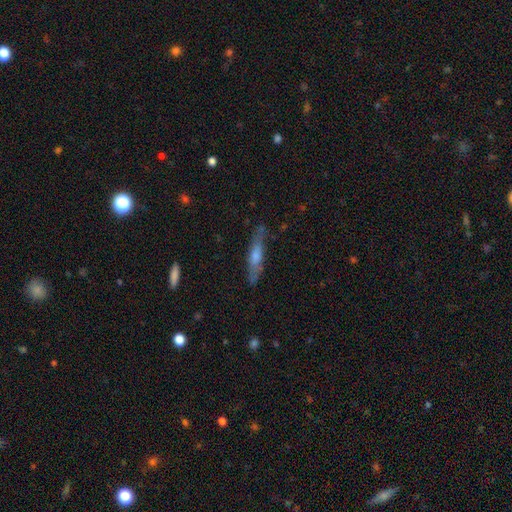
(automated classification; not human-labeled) A featured or disk galaxy (53%) viewed edge-on (82%). Merging: none (79%).